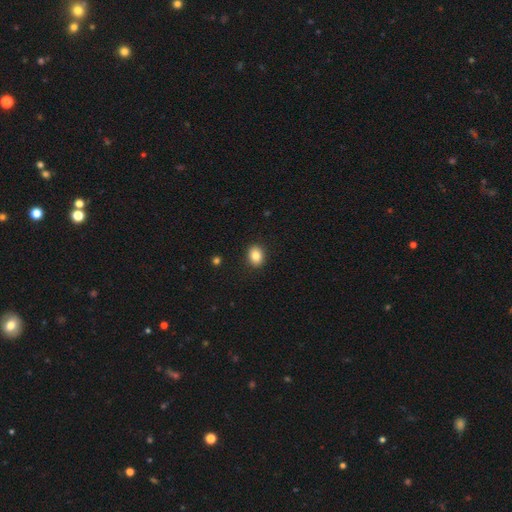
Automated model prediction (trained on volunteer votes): Smooth or featured?
  - smooth: 85% *
  - star or artifact: 9%
  - featured or disk: 6%
How rounded?
  - in between: 56% *
  - round: 43%
  - cigar-shaped: 1%
Merging?
  - none: 91% *
  - minor disturbance: 6%
  - major disturbance: 2%
  - merger: 1%